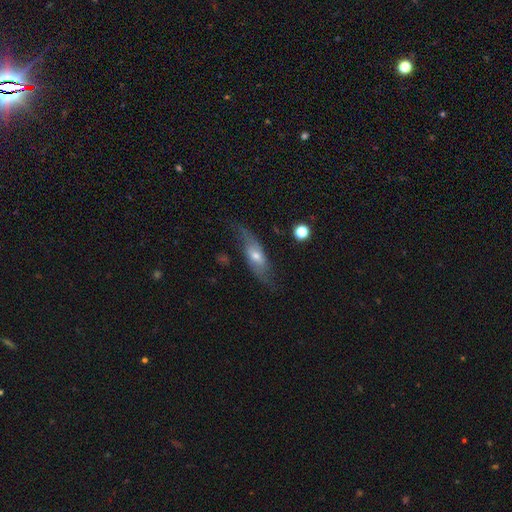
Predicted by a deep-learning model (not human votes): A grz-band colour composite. It shows a featured or disk galaxy (67%). Merging: none (65%).